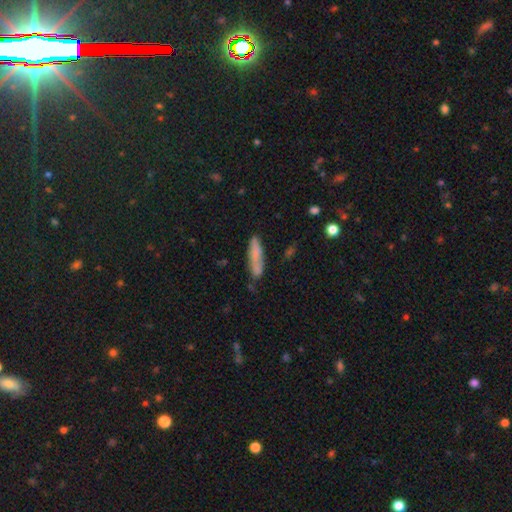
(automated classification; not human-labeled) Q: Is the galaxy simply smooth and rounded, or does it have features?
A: smooth — 73%.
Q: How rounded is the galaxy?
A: cigar-shaped — 76%.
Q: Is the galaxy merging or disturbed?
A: none — 69%.